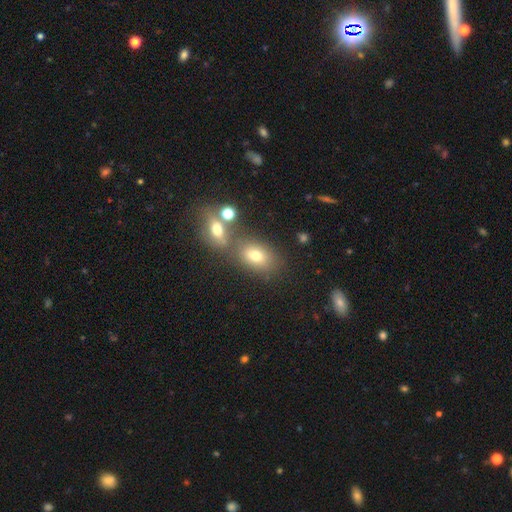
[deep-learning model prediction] Smooth or featured?
  - smooth: 71% *
  - featured or disk: 15%
  - star or artifact: 14%
How rounded?
  - in between: 77% *
  - round: 21%
  - cigar-shaped: 2%
Merging?
  - none: 56% *
  - merger: 27%
  - minor disturbance: 12%
  - major disturbance: 6%